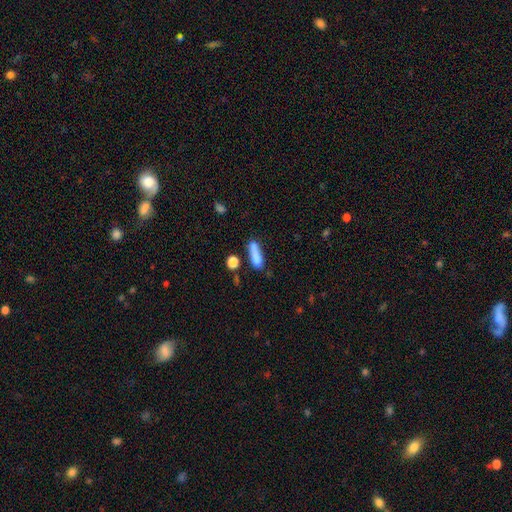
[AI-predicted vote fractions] The model was most divided on "how rounded": cigar-shaped: 60%, in between: 36%, round: 4%. More confident: smooth or featured — smooth (78%); merging — none (50%).